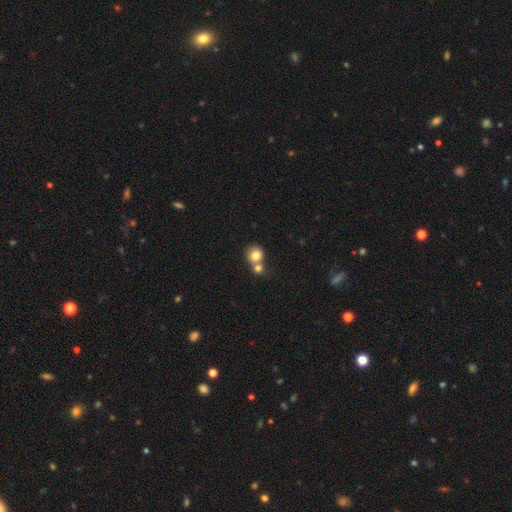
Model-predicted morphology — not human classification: Q: Smooth or featured?
A: smooth (79%); runner-up: featured or disk (11%)
Q: How rounded?
A: round (85%); runner-up: in between (14%)
Q: Merging?
A: merger (52%); runner-up: none (39%)